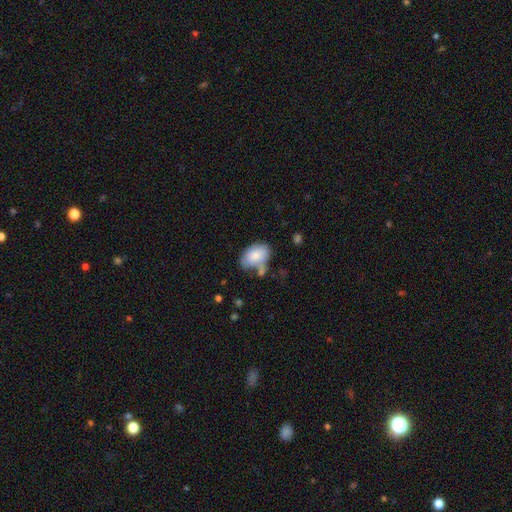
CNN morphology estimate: Smooth or featured? smooth (78%)
How rounded? in between (86%)
Merging? none (42%)